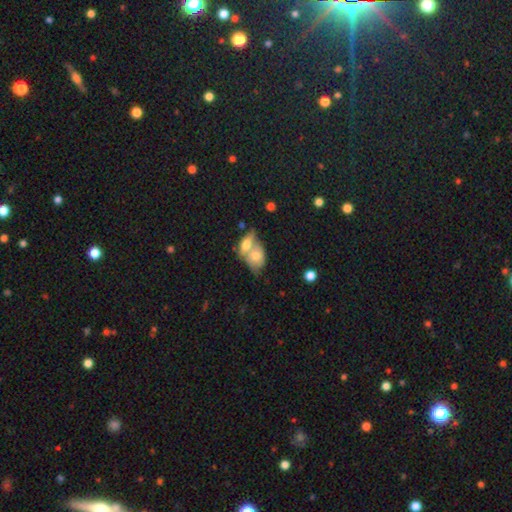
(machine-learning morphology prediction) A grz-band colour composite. It shows a smooth galaxy with no disk features (67%) that is in between round and cigar-shaped (78%). Merging: merger (74%).